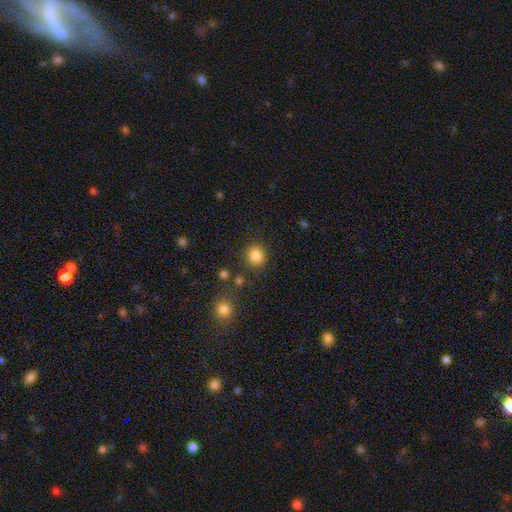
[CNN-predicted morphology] Smooth or featured? smooth (84%)
How rounded? round (89%)
Merging? none (86%)